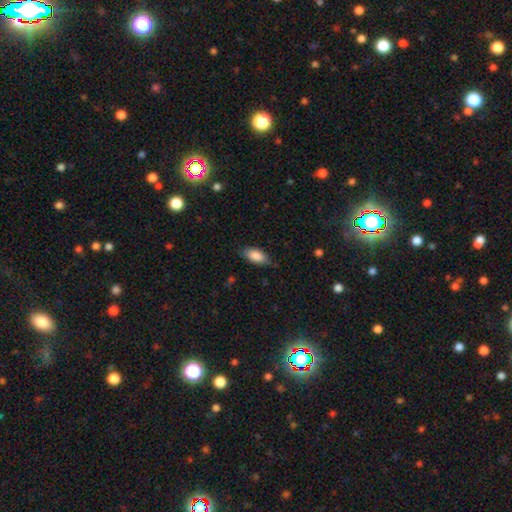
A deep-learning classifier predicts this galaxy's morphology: smooth_or_featured: smooth (p=0.85) [alt: featured or disk p=0.08]
how_rounded: in between (p=0.89) [alt: cigar-shaped p=0.08]
merging: none (p=0.75) [alt: minor disturbance p=0.20]